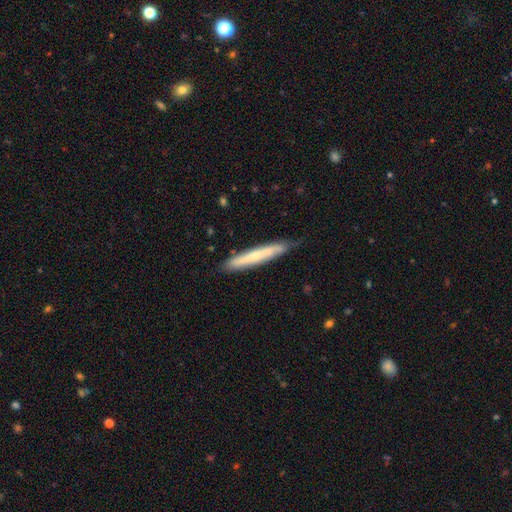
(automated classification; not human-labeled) Morphology: type=smooth (57%); roundness=cigar-shaped (95%); merging=none (76%).